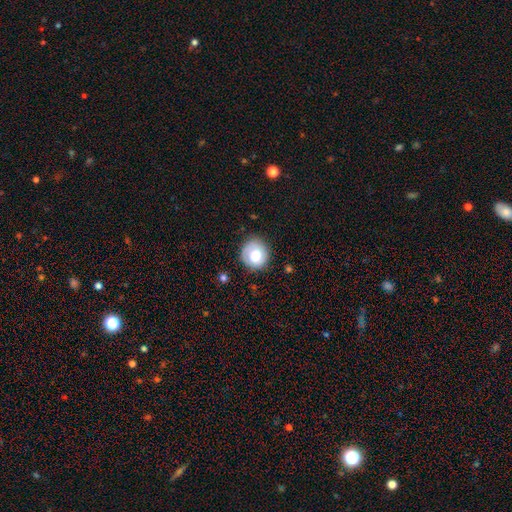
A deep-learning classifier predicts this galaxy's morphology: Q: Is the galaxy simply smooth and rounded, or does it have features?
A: smooth — 69%.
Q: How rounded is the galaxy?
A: round — 86%.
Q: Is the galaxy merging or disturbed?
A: none — 80%.